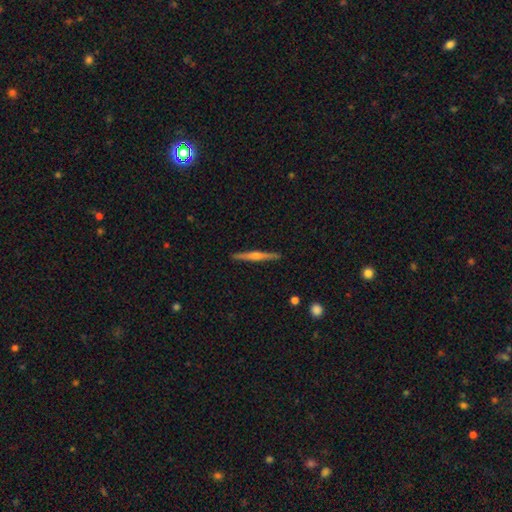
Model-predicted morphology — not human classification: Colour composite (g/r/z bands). It shows a featured or disk galaxy (74%) viewed edge-on (98%) with a rounded central bulge (85%). Merging: none (92%).